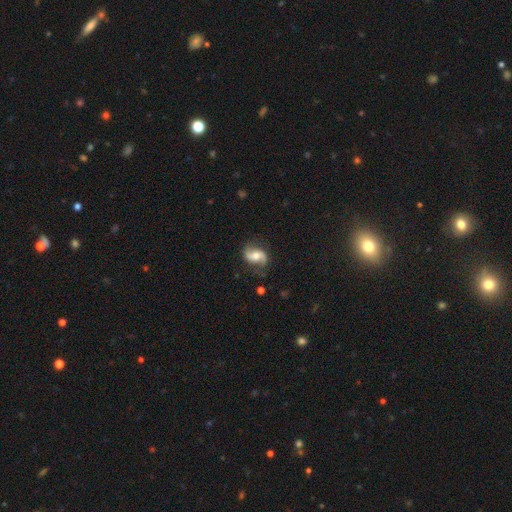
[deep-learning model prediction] This is likely a featured or disk galaxy (77%). It is clearly not viewed edge-on (97%). Bar: possibly no (50%). Spiral arm pattern: clearly yes (94%). Spiral arm count: clearly 2 (92%). Spiral winding: possibly loose (58%). Central bulge: likely moderate (66%). Merging: likely none (78%).